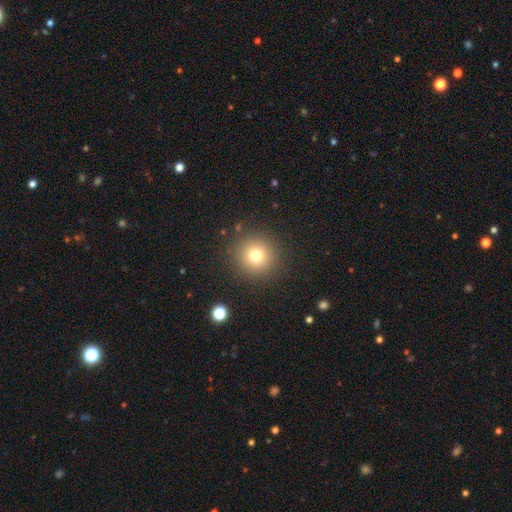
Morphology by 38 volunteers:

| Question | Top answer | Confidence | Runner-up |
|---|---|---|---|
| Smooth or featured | smooth | 87% | star or artifact (8%) |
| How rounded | round | 97% | in between (3%) |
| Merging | none | 89% | minor disturbance (9%) |